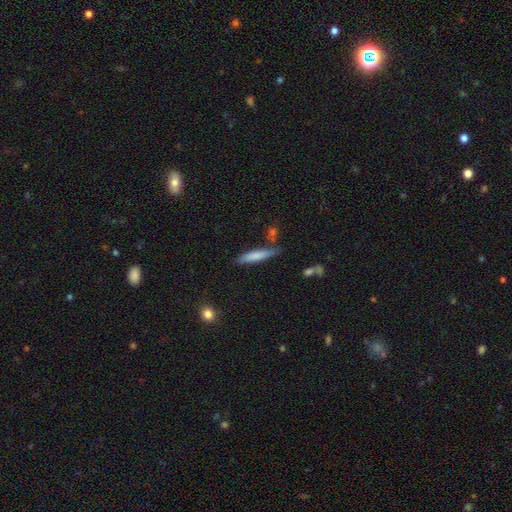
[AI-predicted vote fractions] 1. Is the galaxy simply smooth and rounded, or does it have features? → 73% smooth, 21% featured or disk, 6% star or artifact.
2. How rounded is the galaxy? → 89% cigar-shaped, 10% in between, 1% round.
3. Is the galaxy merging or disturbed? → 77% none, 15% minor disturbance, 5% merger, 3% major disturbance.